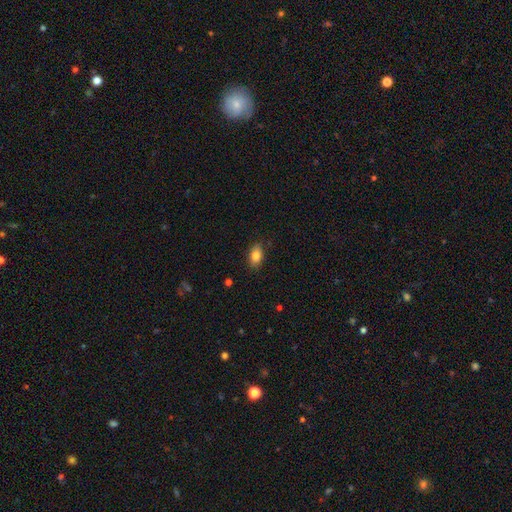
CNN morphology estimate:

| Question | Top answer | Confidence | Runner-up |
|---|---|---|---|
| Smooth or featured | smooth | 82% | featured or disk (10%) |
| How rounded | in between | 88% | round (8%) |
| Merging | none | 86% | minor disturbance (11%) |